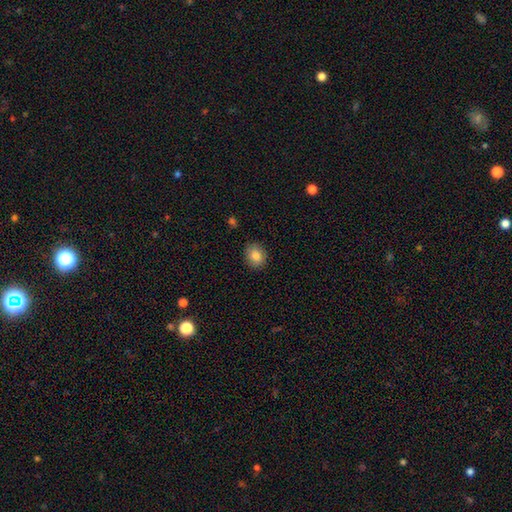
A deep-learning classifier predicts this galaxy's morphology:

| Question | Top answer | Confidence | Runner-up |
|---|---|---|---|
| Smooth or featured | smooth | 83% | star or artifact (9%) |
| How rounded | round | 61% | in between (38%) |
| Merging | none | 87% | minor disturbance (9%) |